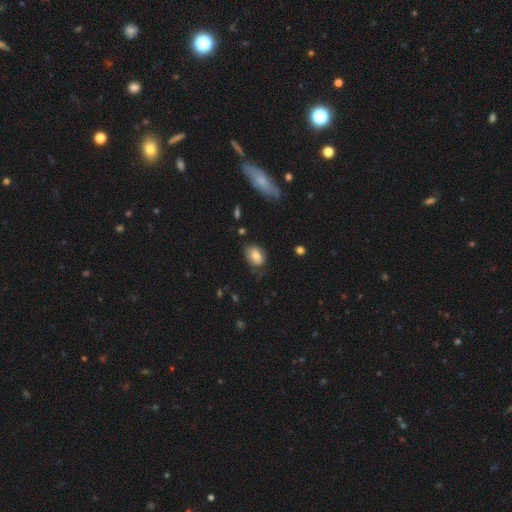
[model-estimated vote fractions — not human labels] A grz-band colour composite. It shows a smooth galaxy with no disk features (73%) that is in between round and cigar-shaped (77%). Merging: none (64%).